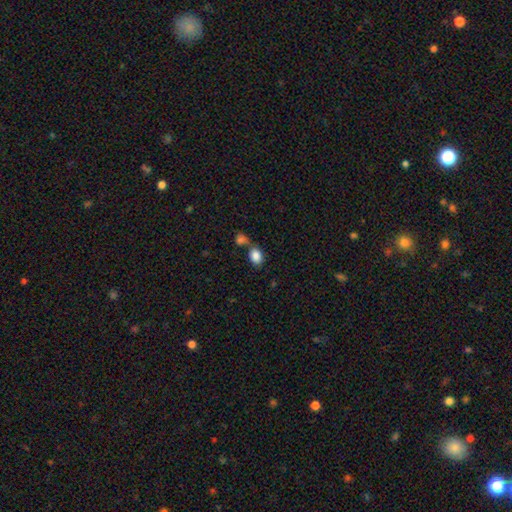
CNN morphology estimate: smooth 86%, star or artifact 8%, featured or disk 6%. Down the decision tree: how rounded — in between (73%); merging — none (50%).